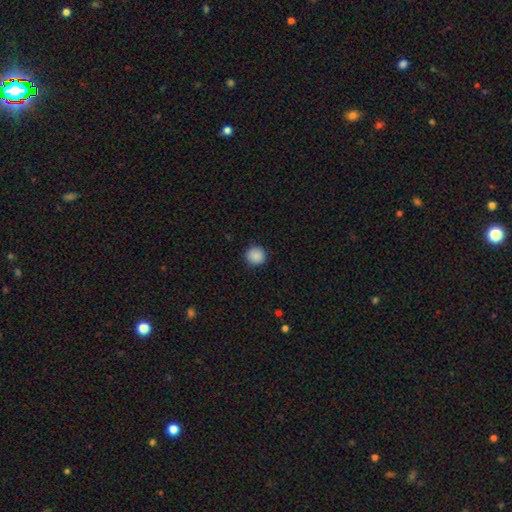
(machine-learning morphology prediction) type=smooth (89%); roundness=round (93%); merging=none (91%).